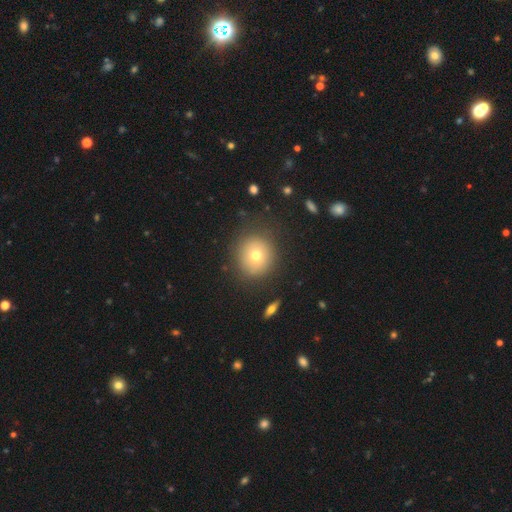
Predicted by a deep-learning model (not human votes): smooth-or-featured: smooth: 71% | featured or disk: 17% | star or artifact: 13%
  how-rounded: round: 89% | in between: 10% | cigar-shaped: 1%
  merging: none: 83% | minor disturbance: 11% | major disturbance: 4% | merger: 2%